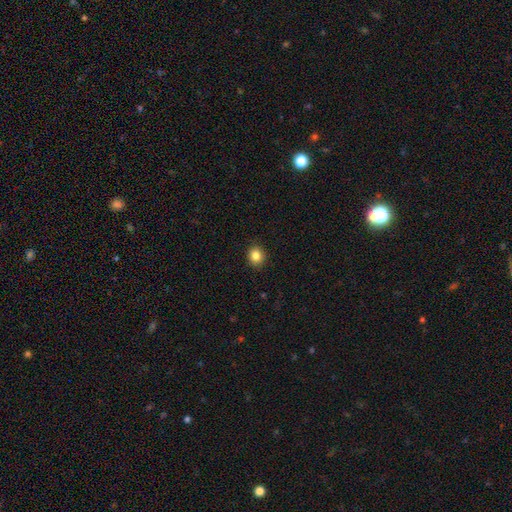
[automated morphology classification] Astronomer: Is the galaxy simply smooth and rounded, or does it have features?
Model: smooth — 84%.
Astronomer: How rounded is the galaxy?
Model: round — 84%.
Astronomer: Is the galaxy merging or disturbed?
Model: none — 91%.